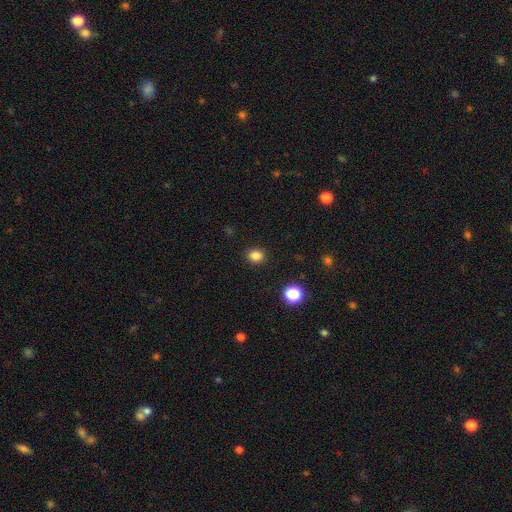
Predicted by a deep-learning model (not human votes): Morphology: type=smooth (84%); roundness=round (69%); merging=none (90%).